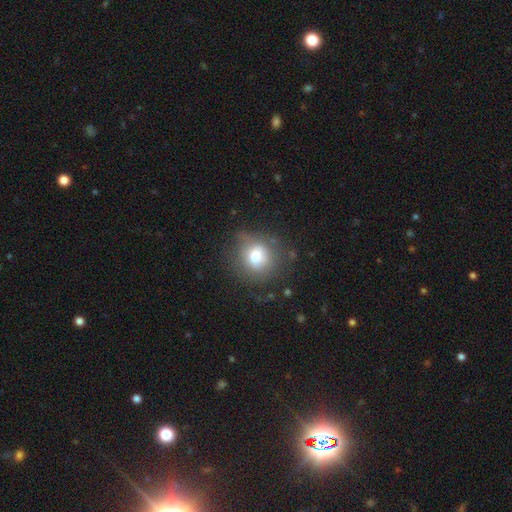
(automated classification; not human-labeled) The model was most divided on "merging": none: 69%, minor disturbance: 21%, major disturbance: 8%, merger: 3%. More confident: how rounded — round (83%); smooth or featured — smooth (71%).